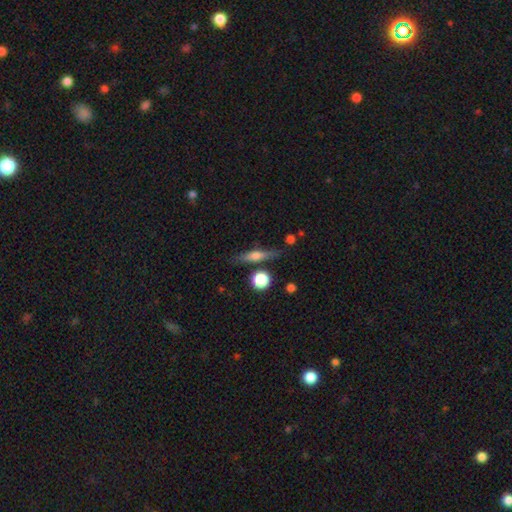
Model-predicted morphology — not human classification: Smooth or featured? featured or disk (46%, tied with smooth)
Merging? none (79%)